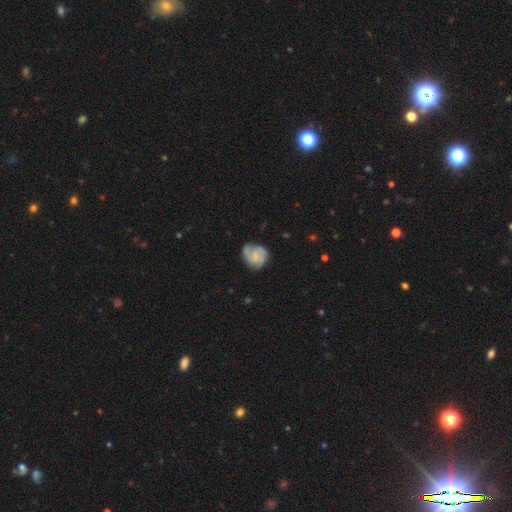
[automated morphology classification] Smooth or featured?
  - featured or disk: 71% *
  - smooth: 23%
  - star or artifact: 6%
Edge-on disk?
  - no: 98% *
  - yes: 2%
Bar?
  - no: 61% *
  - weak: 33%
  - strong: 5%
Spiral arms?
  - yes: 94% *
  - no: 6%
Spiral winding?
  - tight: 49% *
  - medium: 40%
  - loose: 11%
Spiral arm count?
  - 3: 37% *
  - 2: 35%
  - can't tell: 16%
  - 4: 5%
  - 1: 4%
  - more than 4: 4%
Bulge size?
  - small: 54% *
  - none: 25%
  - moderate: 18%
  - large: 2%
  - dominant: 1%
Merging?
  - none: 71% *
  - minor disturbance: 21%
  - major disturbance: 7%
  - merger: 2%